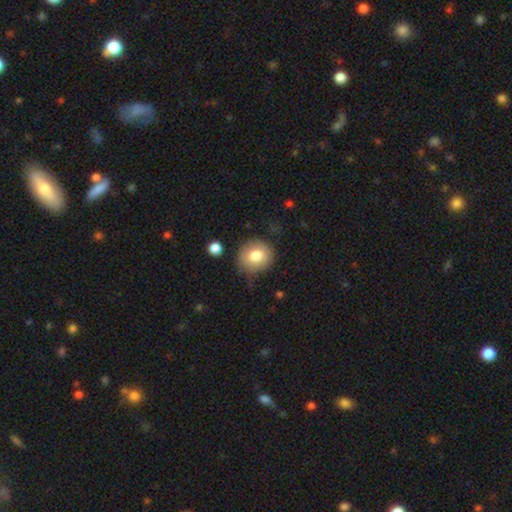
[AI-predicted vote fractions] Smooth or featured? Predicted: smooth (p=0.79). How rounded? Predicted: round (p=0.80). Merging? Predicted: none (p=0.78).